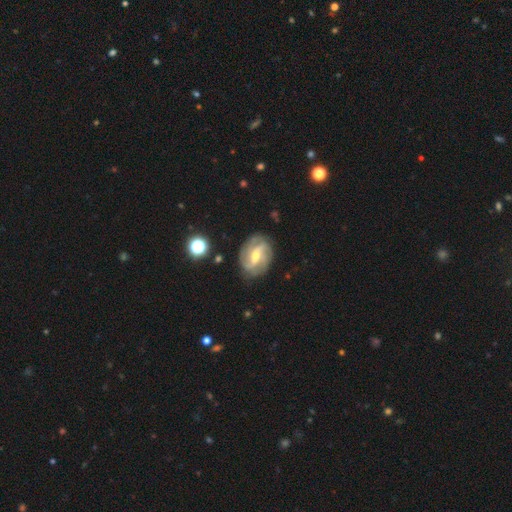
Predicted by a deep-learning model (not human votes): featured or disk 84%, smooth 10%, star or artifact 6%. Down the decision tree: edge-on disk — no (96%); bar — weak (46%); spiral arms — yes (94%); spiral arm count — 2 (43%); spiral winding — medium (42%); bulge size — moderate (55%); merging — none (78%).